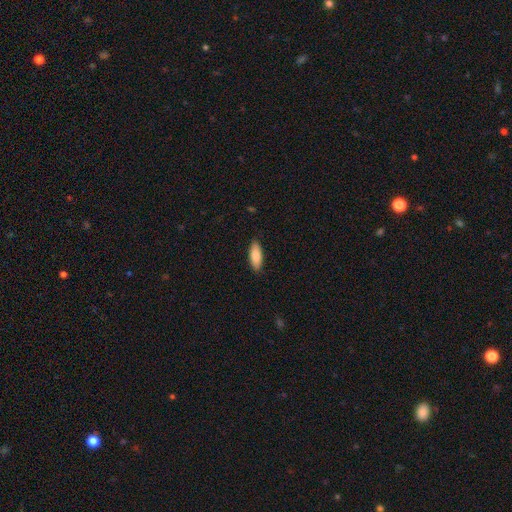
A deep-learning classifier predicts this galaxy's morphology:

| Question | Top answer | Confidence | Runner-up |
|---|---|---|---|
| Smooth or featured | smooth | 85% | featured or disk (9%) |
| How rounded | in between | 69% | cigar-shaped (29%) |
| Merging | none | 87% | minor disturbance (10%) |